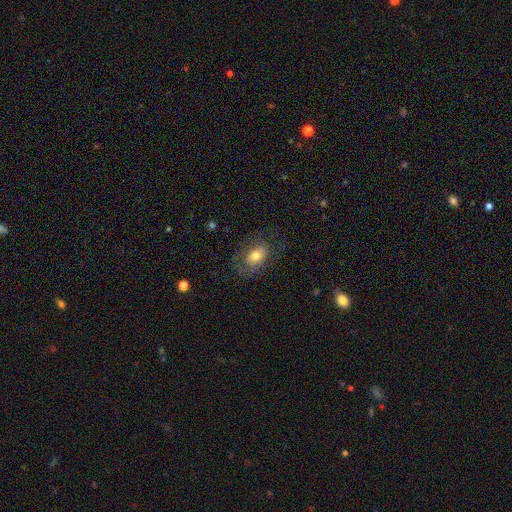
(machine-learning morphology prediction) This appears to be a smooth galaxy with no disk features (65%) that is in between round and cigar-shaped (82%). Merging: none (67%).